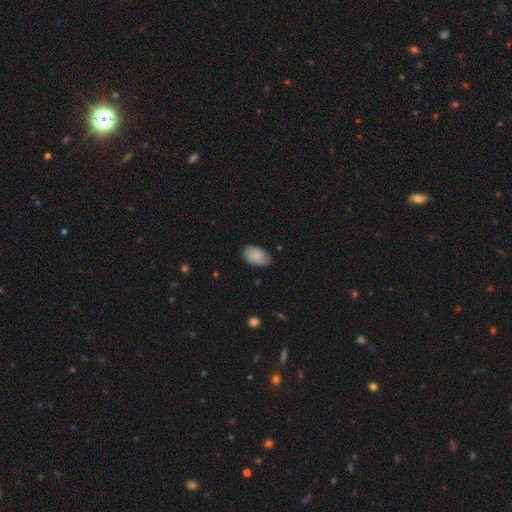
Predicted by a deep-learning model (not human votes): Smooth or featured: smooth — 75% (featured or disk — 18%)
How rounded: in between — 91% (round — 7%)
Merging: none — 71% (minor disturbance — 23%)